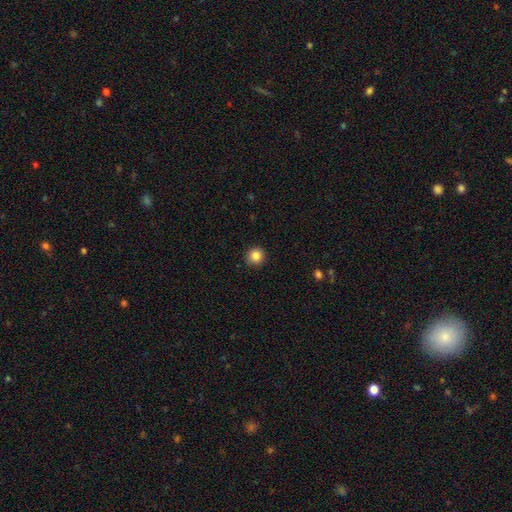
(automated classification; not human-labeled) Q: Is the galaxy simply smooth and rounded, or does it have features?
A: smooth — 85%.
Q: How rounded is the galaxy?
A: round — 94%.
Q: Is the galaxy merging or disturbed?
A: none — 92%.